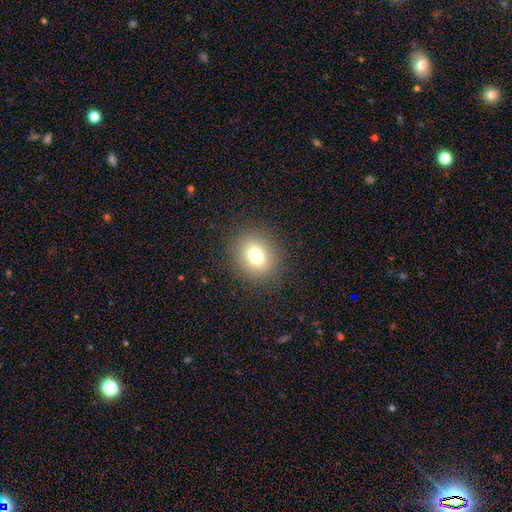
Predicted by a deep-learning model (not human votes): The model was most divided on "how rounded": round: 63%, in between: 36%, cigar-shaped: 1%. More confident: merging — none (88%); smooth or featured — smooth (76%).